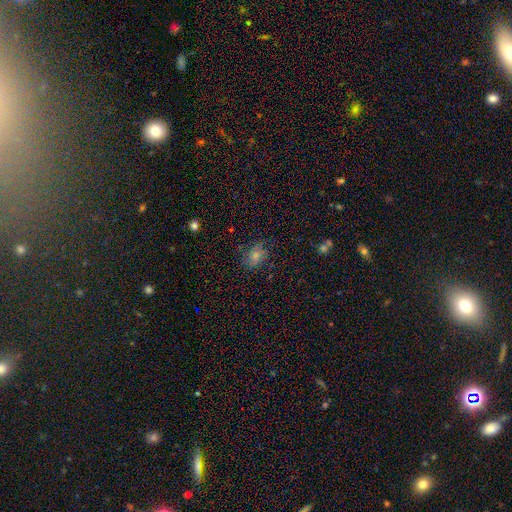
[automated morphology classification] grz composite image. It shows a smooth galaxy with no disk features (71%) that is in between round and cigar-shaped (61%). Merging: none (72%).